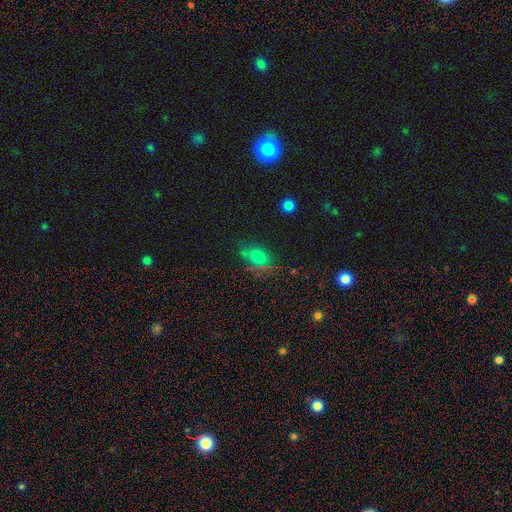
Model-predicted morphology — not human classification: The model was most divided on "smooth or featured": smooth: 56%, star or artifact: 30%, featured or disk: 14%. More confident: how rounded — in between (70%); merging — none (63%).